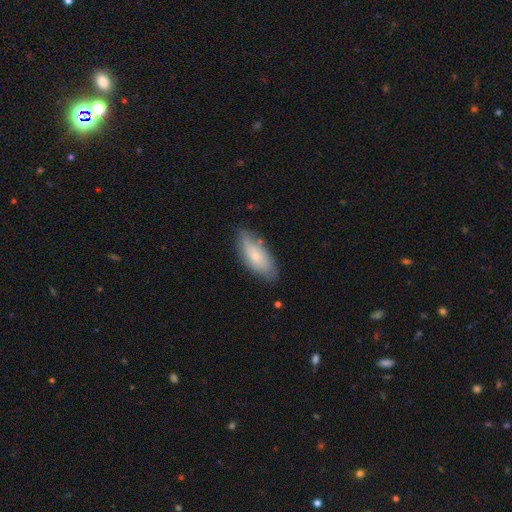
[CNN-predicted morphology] smooth_or_featured: smooth (p=0.66) [alt: featured or disk p=0.28]
how_rounded: in between (p=0.82) [alt: cigar-shaped p=0.16]
merging: none (p=0.74) [alt: minor disturbance p=0.20]